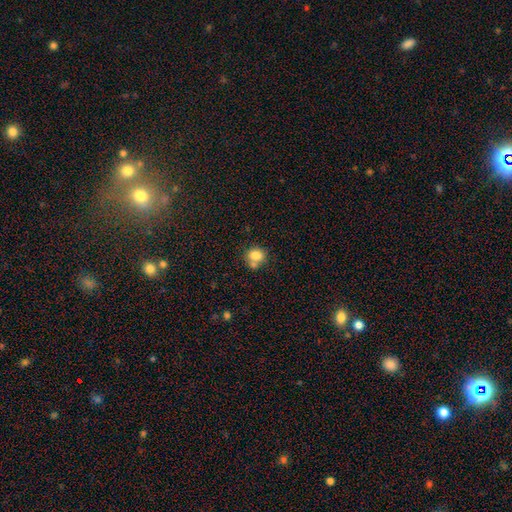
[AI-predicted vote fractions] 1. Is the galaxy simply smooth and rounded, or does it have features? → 81% smooth, 10% star or artifact, 9% featured or disk.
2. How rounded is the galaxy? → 66% round, 33% in between, 1% cigar-shaped.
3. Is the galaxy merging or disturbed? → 53% none, 29% merger, 13% minor disturbance, 4% major disturbance.